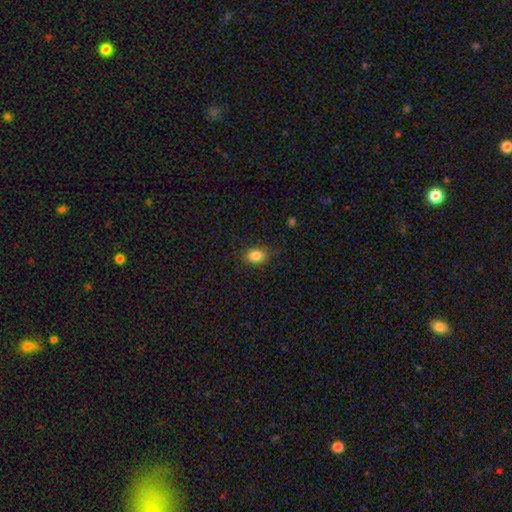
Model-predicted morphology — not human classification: smooth 85%, star or artifact 9%, featured or disk 5%. Down the decision tree: how rounded — in between (74%); merging — none (84%).